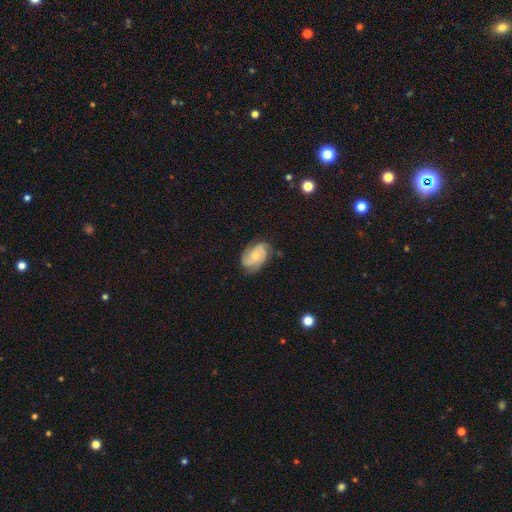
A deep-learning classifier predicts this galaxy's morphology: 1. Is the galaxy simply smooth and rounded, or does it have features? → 77% featured or disk, 17% smooth, 6% star or artifact.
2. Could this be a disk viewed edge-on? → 97% no, 3% yes.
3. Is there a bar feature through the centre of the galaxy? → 71% no, 25% weak, 4% strong.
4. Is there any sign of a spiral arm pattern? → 96% yes, 4% no.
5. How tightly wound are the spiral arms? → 46% tight, 42% medium, 12% loose.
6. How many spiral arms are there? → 47% 3, 27% 2, 13% can't tell, 7% 4, 4% 1, 3% more than 4.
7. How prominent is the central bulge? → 51% moderate, 42% small, 3% none, 3% large, 1% dominant.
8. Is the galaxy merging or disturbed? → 74% none, 20% minor disturbance, 5% major disturbance, 1% merger.